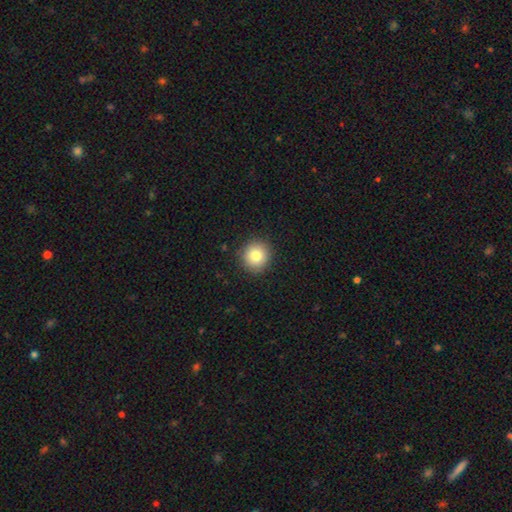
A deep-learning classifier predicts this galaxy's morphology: Smooth or featured? Predicted: smooth (p=0.82). How rounded? Predicted: round (p=0.92). Merging? Predicted: none (p=0.90).